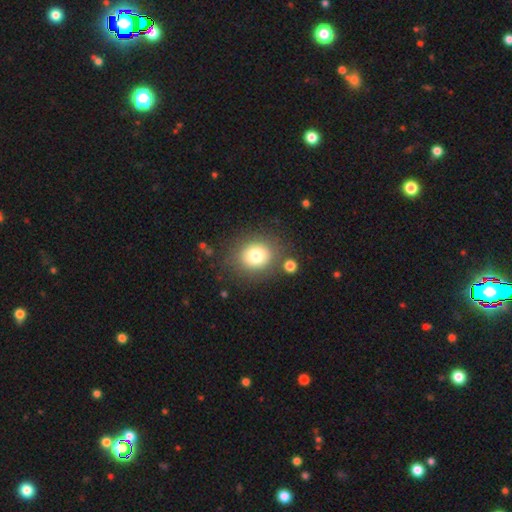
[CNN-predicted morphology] smooth_or_featured: smooth (p=0.76) [alt: featured or disk p=0.12]
how_rounded: round (p=0.75) [alt: in between p=0.24]
merging: none (p=0.80) [alt: minor disturbance p=0.10]